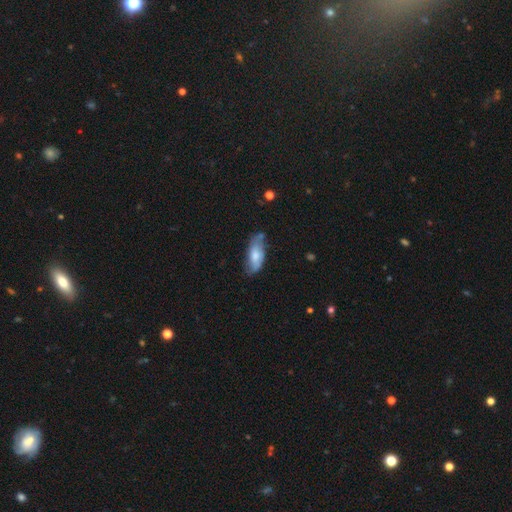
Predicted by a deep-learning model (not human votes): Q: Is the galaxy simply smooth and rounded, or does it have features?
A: smooth — 64%.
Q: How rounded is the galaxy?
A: in between — 81%.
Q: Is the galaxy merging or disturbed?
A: none — 58%.